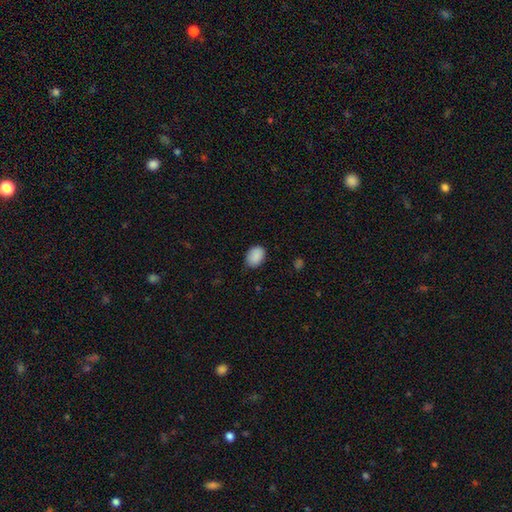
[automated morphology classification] Overall: smooth (89%). How rounded: in between (74%). Merging: none (80%).